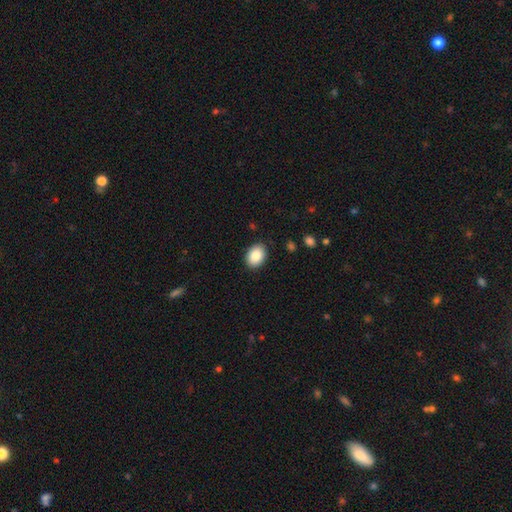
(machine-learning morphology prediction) smooth-or-featured: smooth: 88% | star or artifact: 7% | featured or disk: 5%
  how-rounded: in between: 75% | round: 25% | cigar-shaped: 1%
  merging: none: 89% | minor disturbance: 8% | major disturbance: 2% | merger: 1%